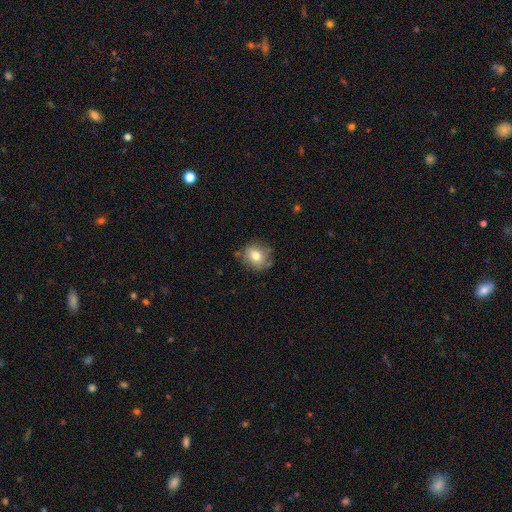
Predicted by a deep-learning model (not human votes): Overall: smooth (77%). How rounded: round (73%). Merging: none (73%).